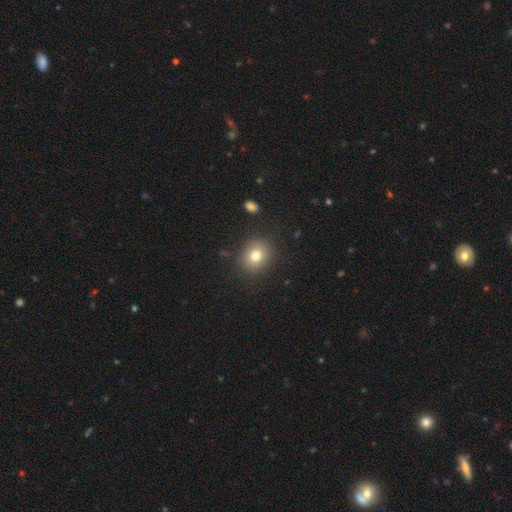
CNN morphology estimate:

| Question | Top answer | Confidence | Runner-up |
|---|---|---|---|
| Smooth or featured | smooth | 78% | star or artifact (12%) |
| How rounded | round | 65% | in between (34%) |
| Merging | none | 86% | minor disturbance (9%) |